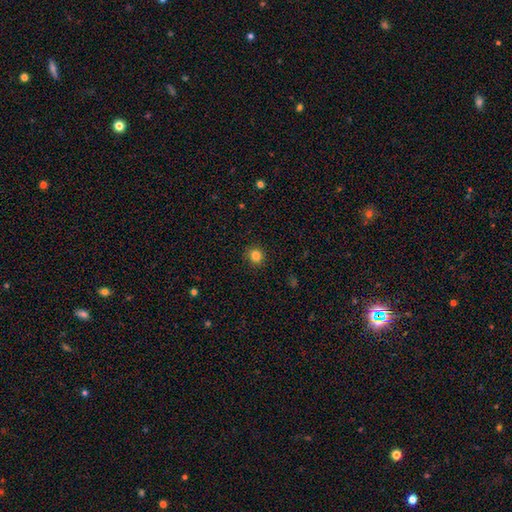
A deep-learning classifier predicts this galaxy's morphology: This is clearly a smooth galaxy (83%). How rounded: clearly round (89%). Merging: clearly none (91%).